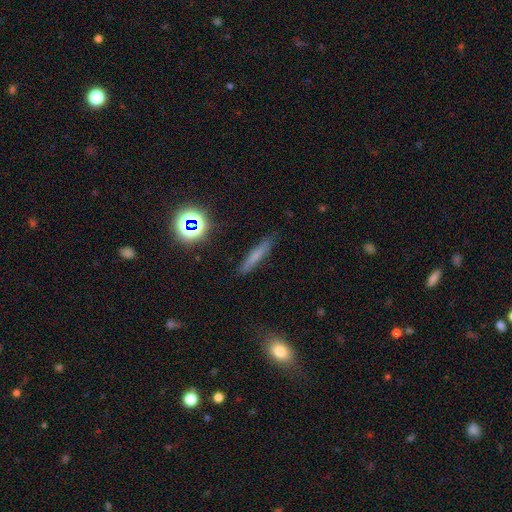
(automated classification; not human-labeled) smooth-or-featured: smooth: 63% | featured or disk: 22% | star or artifact: 15%
  how-rounded: cigar-shaped: 88% | in between: 8% | round: 4%
  merging: none: 84% | minor disturbance: 12% | major disturbance: 3% | merger: 2%